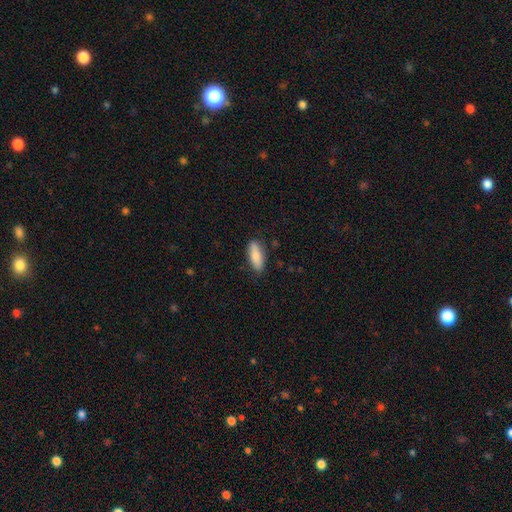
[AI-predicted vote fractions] smooth 83%, featured or disk 11%, star or artifact 6%. Down the decision tree: how rounded — in between (68%); merging — none (85%).